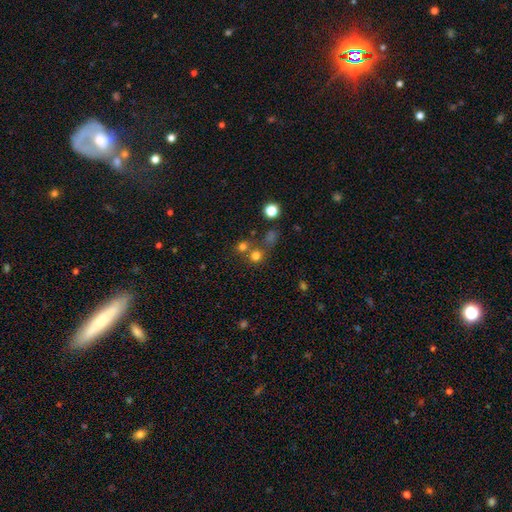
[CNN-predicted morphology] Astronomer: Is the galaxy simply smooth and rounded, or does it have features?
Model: smooth — 71%.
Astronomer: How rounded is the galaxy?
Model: round — 90%.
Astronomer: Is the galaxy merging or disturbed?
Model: none — 59%.